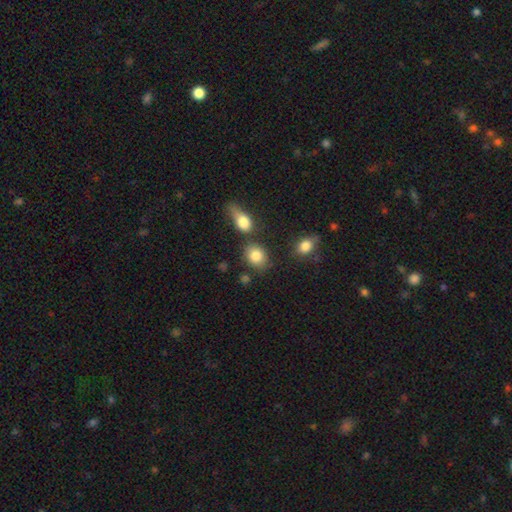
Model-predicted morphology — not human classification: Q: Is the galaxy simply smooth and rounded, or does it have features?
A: smooth — 83%.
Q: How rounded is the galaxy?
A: round — 51%.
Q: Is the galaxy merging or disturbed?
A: none — 68%.